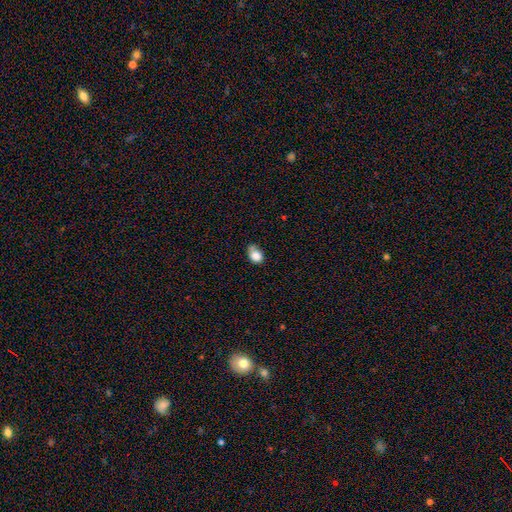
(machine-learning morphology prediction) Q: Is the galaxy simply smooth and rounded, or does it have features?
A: smooth — 81%.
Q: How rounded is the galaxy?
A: in between — 69%.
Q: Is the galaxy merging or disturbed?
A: none — 41%.